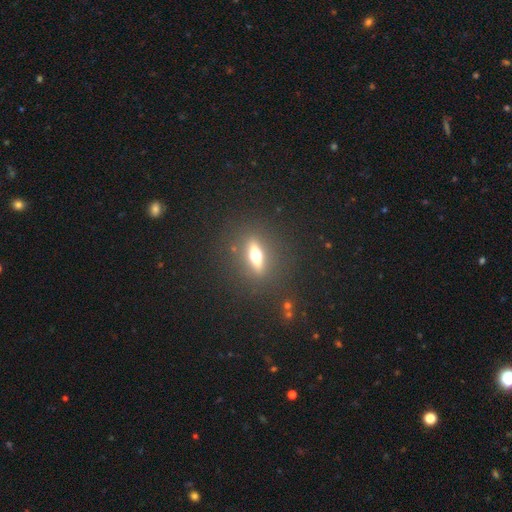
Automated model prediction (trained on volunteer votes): This appears to be a featured or disk galaxy (49%). Merging: none (85%).